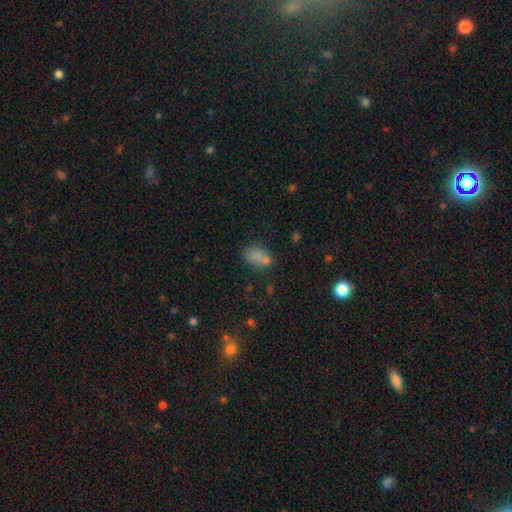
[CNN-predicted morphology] Q: Smooth or featured?
A: smooth (76%); runner-up: star or artifact (13%)
Q: How rounded?
A: in between (83%); runner-up: round (14%)
Q: Merging?
A: none (54%); runner-up: merger (20%)